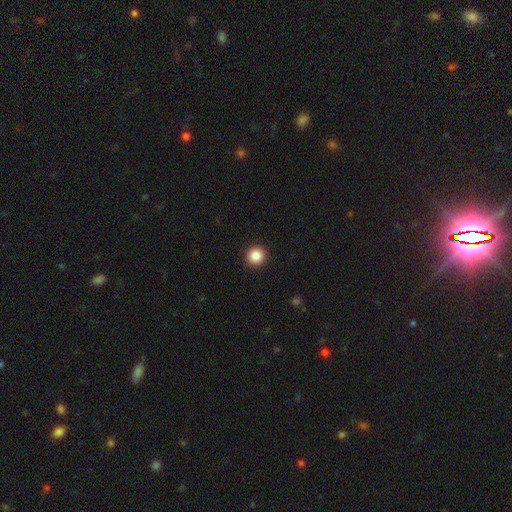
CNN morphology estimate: Smooth or featured? Predicted: smooth (p=0.87). How rounded? Predicted: round (p=0.94). Merging? Predicted: none (p=0.92).